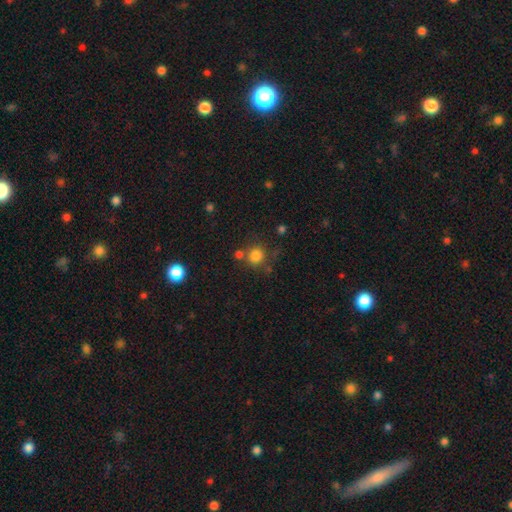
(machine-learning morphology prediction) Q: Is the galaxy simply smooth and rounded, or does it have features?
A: smooth — 81%.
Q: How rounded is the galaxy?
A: round — 90%.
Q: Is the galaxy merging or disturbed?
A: none — 68%.